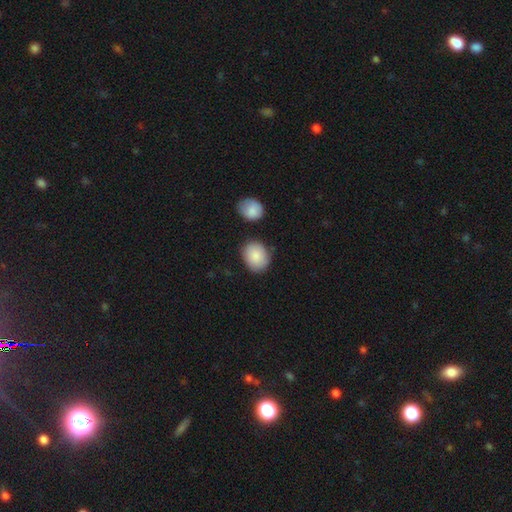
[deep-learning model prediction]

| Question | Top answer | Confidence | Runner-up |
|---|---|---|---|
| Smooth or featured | smooth | 88% | star or artifact (6%) |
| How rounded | round | 55% | in between (44%) |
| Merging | none | 77% | minor disturbance (14%) |